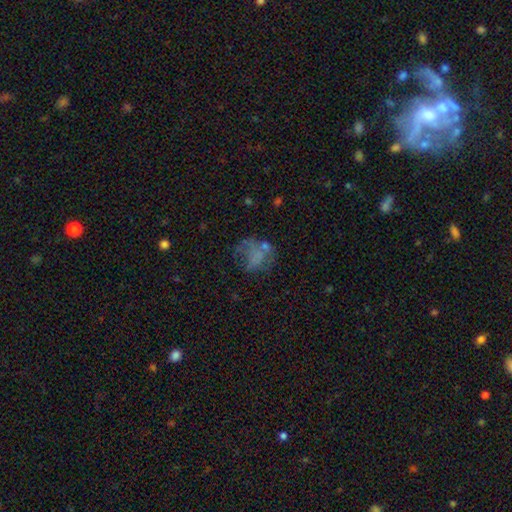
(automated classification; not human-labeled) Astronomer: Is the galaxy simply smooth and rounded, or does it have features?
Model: smooth — 46% (runner-up: featured or disk, 38%).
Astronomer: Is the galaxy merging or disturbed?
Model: none — 40% (runner-up: major disturbance, 31%).